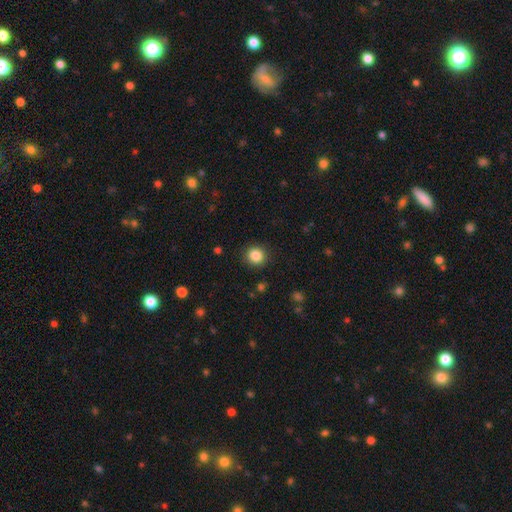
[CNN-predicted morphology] Overall: smooth (86%). How rounded: round (91%). Merging: none (90%).